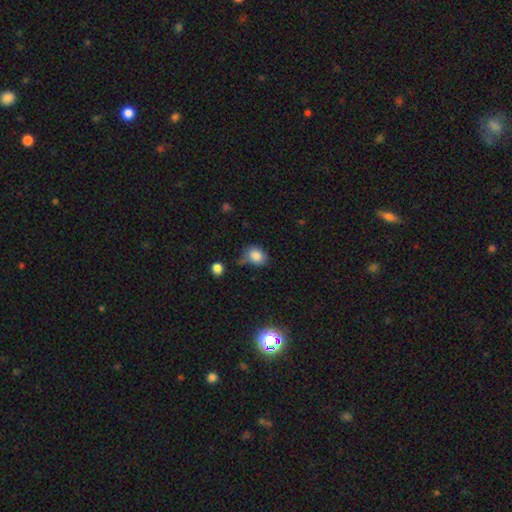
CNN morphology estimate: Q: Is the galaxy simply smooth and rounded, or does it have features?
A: smooth — 84%.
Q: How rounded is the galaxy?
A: in between — 53%.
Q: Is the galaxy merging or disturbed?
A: none — 55%.